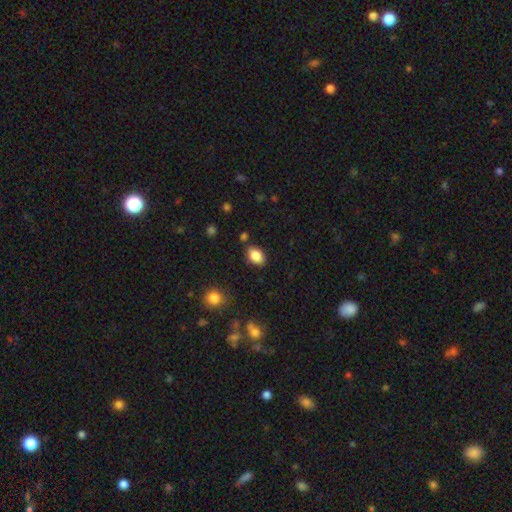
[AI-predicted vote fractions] Smooth or featured: smooth — 85% (star or artifact — 9%)
How rounded: in between — 85% (round — 14%)
Merging: none — 82% (minor disturbance — 12%)